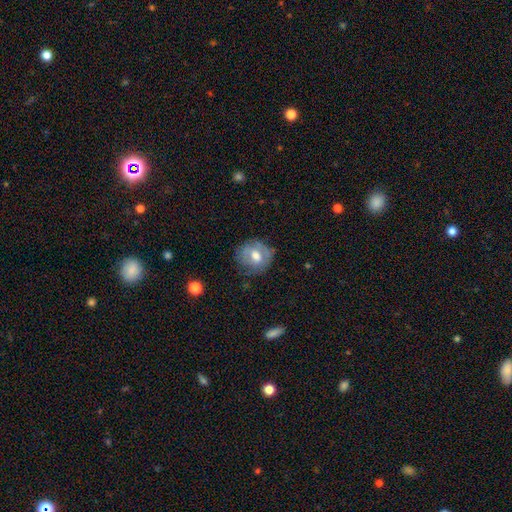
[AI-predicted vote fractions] The model was most divided on "smooth or featured": smooth: 52%, featured or disk: 41%, star or artifact: 8%. More confident: how rounded — round (77%); merging — none (64%).